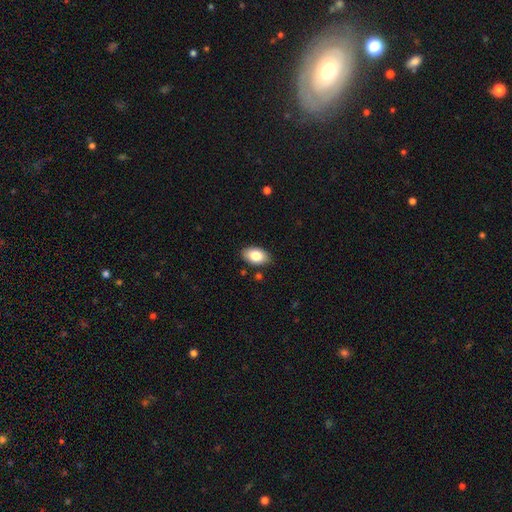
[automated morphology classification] Smooth or featured: smooth — 83% (featured or disk — 10%)
How rounded: in between — 92% (round — 6%)
Merging: none — 86% (minor disturbance — 10%)